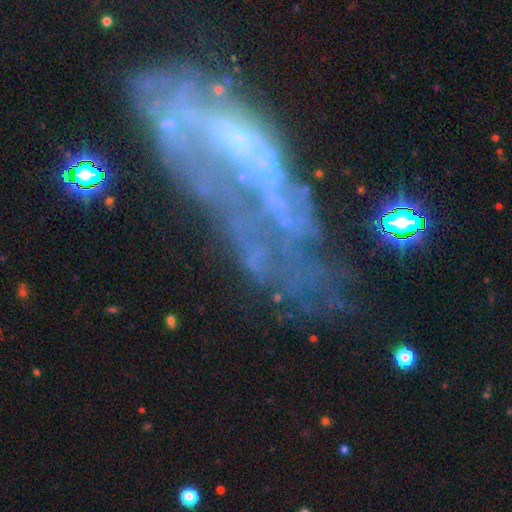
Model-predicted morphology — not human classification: Smooth or featured? featured or disk (65%)
Edge-on disk? no (86%)
Bar? no (76%)
Spiral arms? no (65%)
Bulge size? none (47%)
Merging? none (38%)